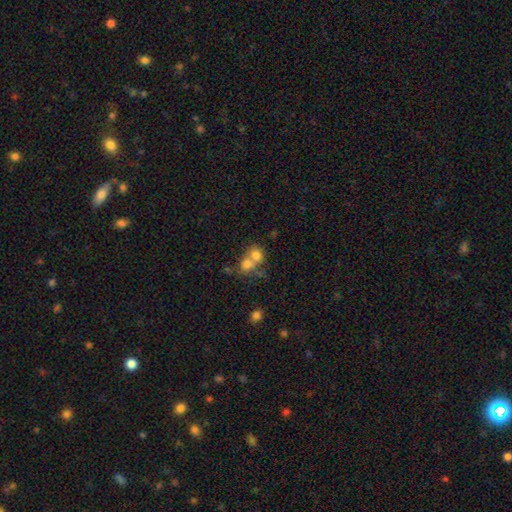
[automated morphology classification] Smooth or featured?
  - smooth: 71% *
  - featured or disk: 17%
  - star or artifact: 12%
How rounded?
  - round: 63% *
  - in between: 35%
  - cigar-shaped: 1%
Merging?
  - merger: 66% *
  - none: 24%
  - minor disturbance: 6%
  - major disturbance: 4%